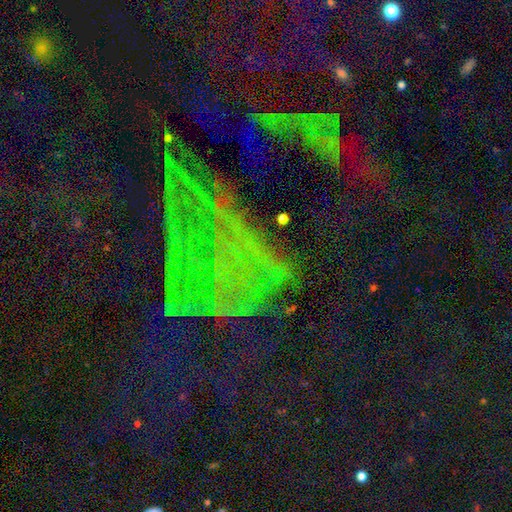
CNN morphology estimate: A star or artifact, not a galaxy (74%).